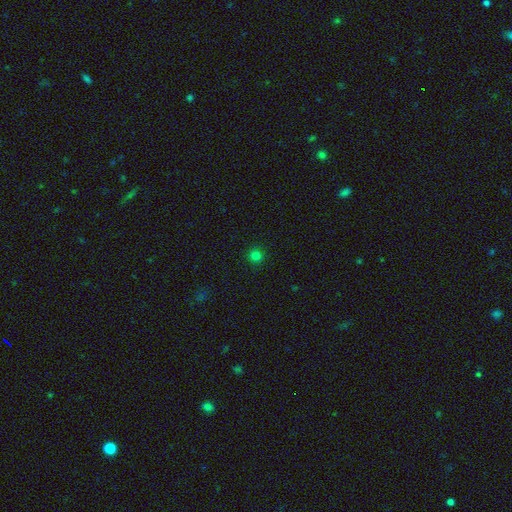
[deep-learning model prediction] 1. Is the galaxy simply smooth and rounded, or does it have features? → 80% smooth, 17% star or artifact, 4% featured or disk.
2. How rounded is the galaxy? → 95% round, 4% in between, 1% cigar-shaped.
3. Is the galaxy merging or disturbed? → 93% none, 5% minor disturbance, 2% major disturbance, 1% merger.